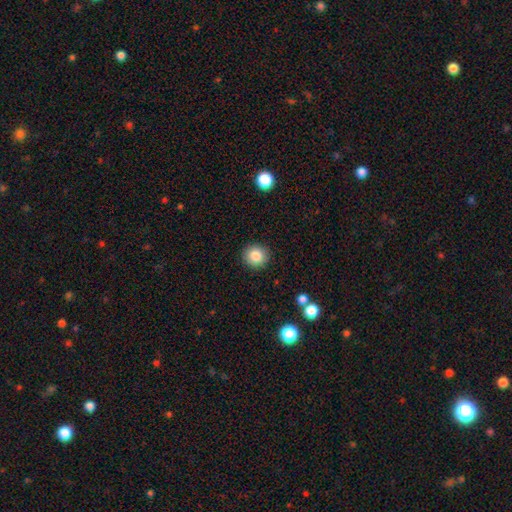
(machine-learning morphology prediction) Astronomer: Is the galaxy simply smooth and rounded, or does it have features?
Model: smooth — 85%.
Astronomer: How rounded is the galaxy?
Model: round — 92%.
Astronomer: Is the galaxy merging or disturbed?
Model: none — 91%.